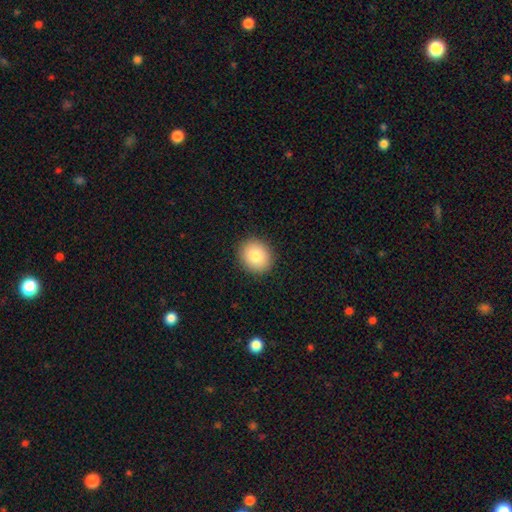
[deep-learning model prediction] Morphology: type=smooth (83%); roundness=round (71%); merging=none (91%).